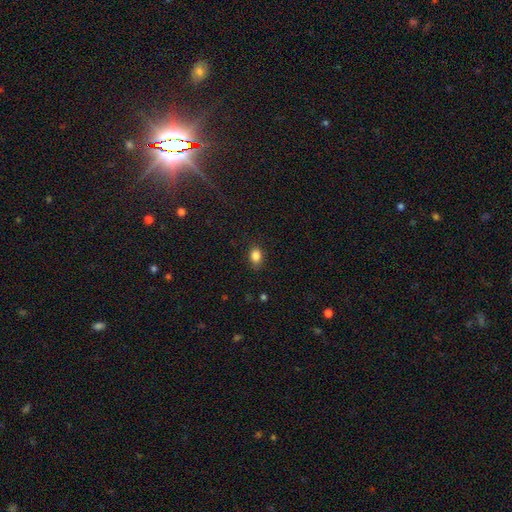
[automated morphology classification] Smooth or featured? smooth (85%)
How rounded? in between (66%)
Merging? none (82%)